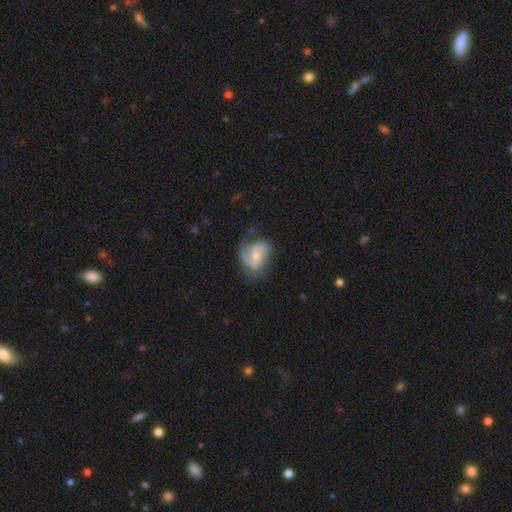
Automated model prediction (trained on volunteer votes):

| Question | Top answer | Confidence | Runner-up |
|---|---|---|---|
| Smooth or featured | featured or disk | 62% | smooth (31%) |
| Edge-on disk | no | 97% | yes (3%) |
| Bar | no | 56% | weak (35%) |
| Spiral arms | yes | 86% | no (14%) |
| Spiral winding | medium | 43% | loose (34%) |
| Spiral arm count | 2 | 67% | 1 (14%) |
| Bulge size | small | 49% | moderate (46%) |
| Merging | none | 53% | minor disturbance (29%) |